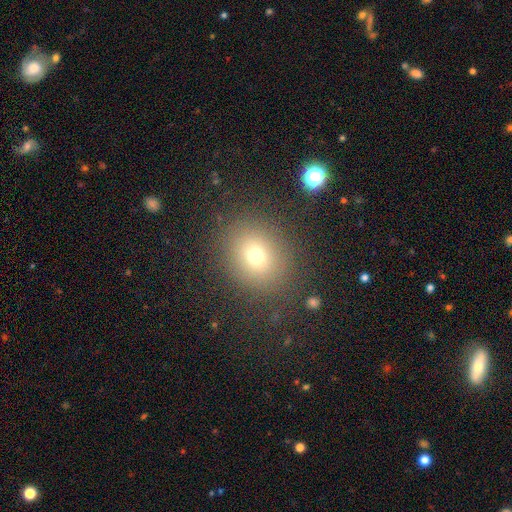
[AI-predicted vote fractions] A smooth galaxy with no disk features (70%) that is round (71%).

Vote fractions:
- Smooth or featured? smooth: 70% / star or artifact: 18% / featured or disk: 12%
- How rounded? round: 71% / in between: 28% / cigar-shaped: 1%
- Merging? none: 84% / minor disturbance: 9% / major disturbance: 5% / merger: 2%